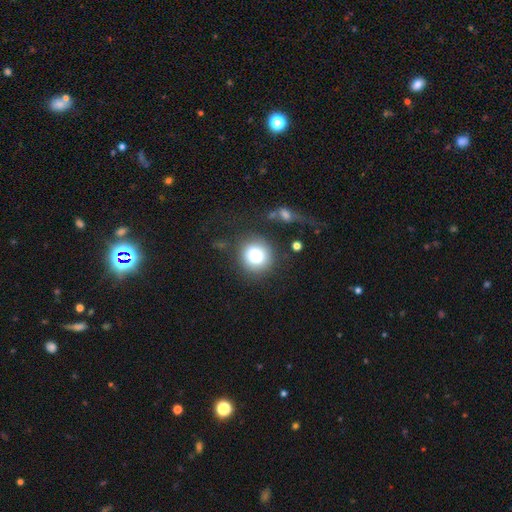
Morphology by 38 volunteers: Volunteers were most divided on "merging": none: 67%, minor disturbance: 19%, major disturbance: 11%, merger: 3%. More confident: how rounded — round (93%); smooth or featured — smooth (79%).